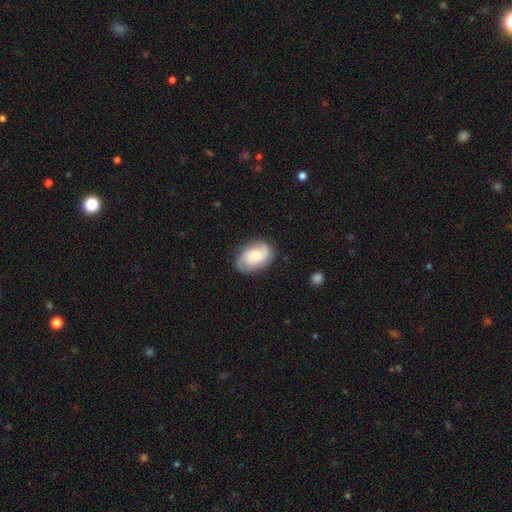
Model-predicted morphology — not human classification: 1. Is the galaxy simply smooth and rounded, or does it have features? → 61% featured or disk, 32% smooth, 7% star or artifact.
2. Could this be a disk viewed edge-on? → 97% no, 3% yes.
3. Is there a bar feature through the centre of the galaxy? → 68% no, 28% weak, 4% strong.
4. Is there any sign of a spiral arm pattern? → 92% yes, 8% no.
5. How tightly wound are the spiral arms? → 44% medium, 34% tight, 22% loose.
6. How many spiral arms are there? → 45% 2, 27% 3, 17% can't tell, 4% 1, 4% 4, 3% more than 4.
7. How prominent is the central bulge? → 56% moderate, 32% small, 8% large, 2% none, 2% dominant.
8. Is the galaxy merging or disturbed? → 80% none, 15% minor disturbance, 4% major disturbance, 1% merger.